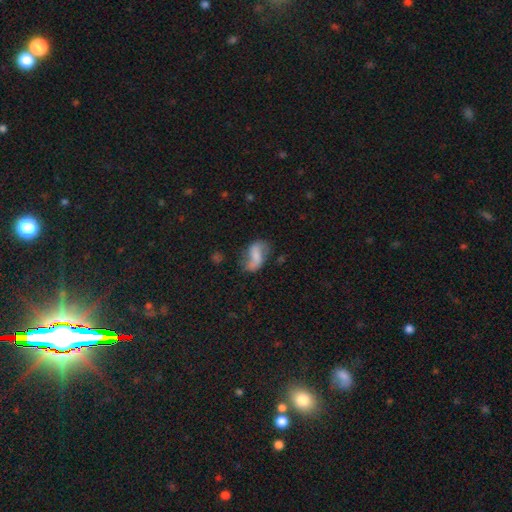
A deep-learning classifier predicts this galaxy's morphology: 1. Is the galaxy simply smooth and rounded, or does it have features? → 48% featured or disk, 43% smooth, 9% star or artifact.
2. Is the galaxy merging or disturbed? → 51% none, 27% minor disturbance, 16% major disturbance, 6% merger.